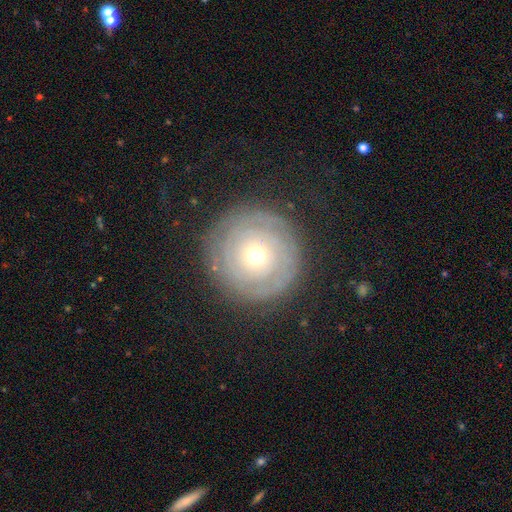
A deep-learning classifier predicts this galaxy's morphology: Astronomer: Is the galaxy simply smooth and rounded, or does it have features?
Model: featured or disk — 61%.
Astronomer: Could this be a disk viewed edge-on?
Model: no — 96%.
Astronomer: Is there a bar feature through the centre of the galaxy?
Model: no — 89%.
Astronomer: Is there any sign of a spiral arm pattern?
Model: yes — 68%.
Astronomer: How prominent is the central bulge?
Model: moderate — 56% (runner-up: small, 38%).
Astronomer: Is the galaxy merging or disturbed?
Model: none — 84%.